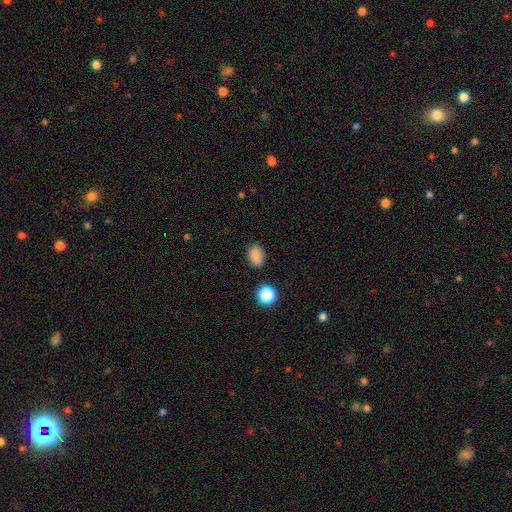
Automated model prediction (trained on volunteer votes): Morphology: type=smooth (85%); roundness=in between (73%); merging=none (83%).